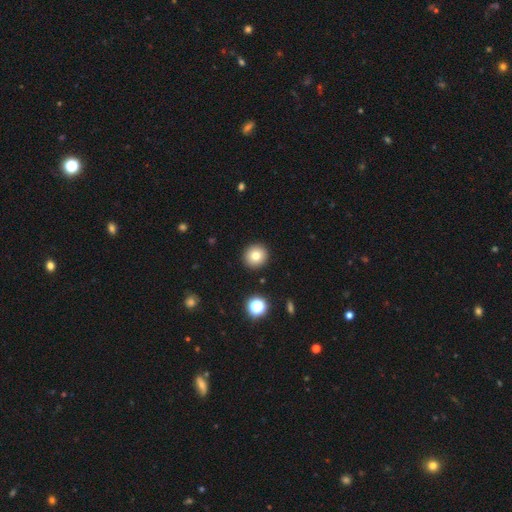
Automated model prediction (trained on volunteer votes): A smooth galaxy with no disk features (79%) that is round (93%). Merging: none (92%).